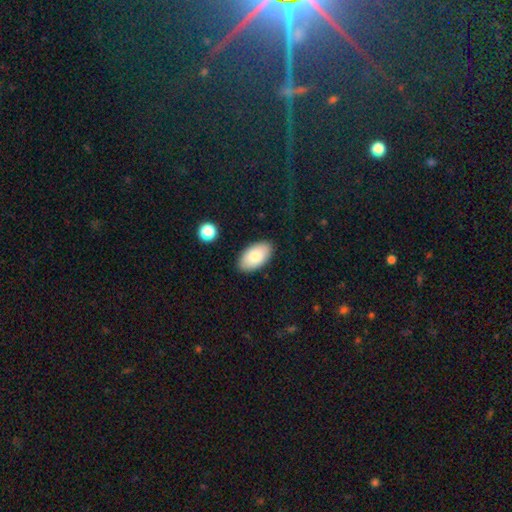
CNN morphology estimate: smooth-or-featured: smooth: 83% | featured or disk: 11% | star or artifact: 6%
  how-rounded: in between: 95% | round: 3% | cigar-shaped: 2%
  merging: none: 87% | minor disturbance: 10% | major disturbance: 2% | merger: 1%